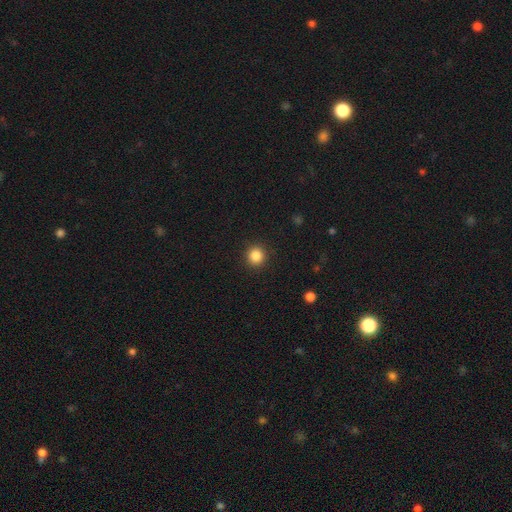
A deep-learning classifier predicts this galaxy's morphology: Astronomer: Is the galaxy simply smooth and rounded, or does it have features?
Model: smooth — 85%.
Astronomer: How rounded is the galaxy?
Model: round — 93%.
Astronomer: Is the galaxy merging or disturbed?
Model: none — 92%.